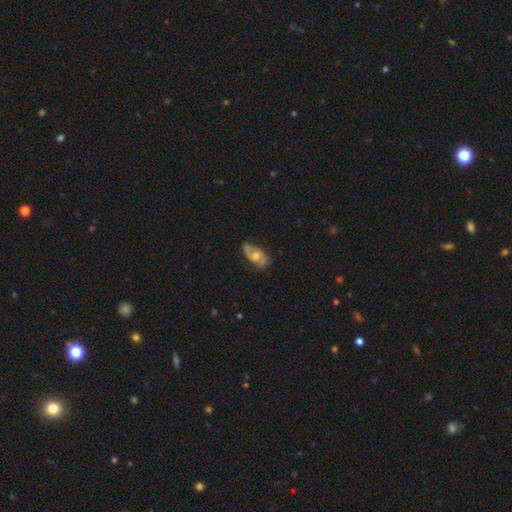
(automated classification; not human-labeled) A featured or disk galaxy (74%) with no bar (61%), 2 (86%) medium (47%) spiral arms (89%) and a moderate central bulge (64%). Merging: none (76%).